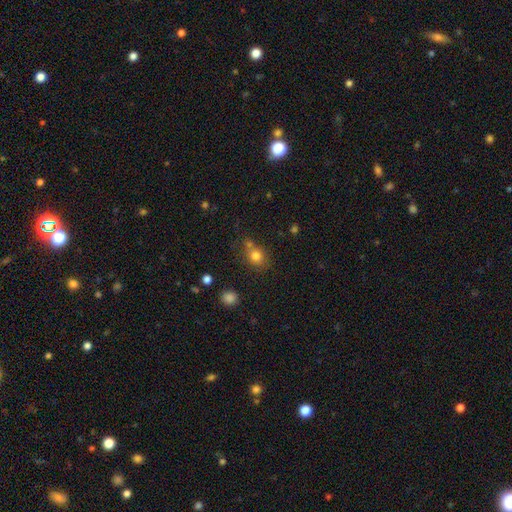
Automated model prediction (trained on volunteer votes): Q: Smooth or featured?
A: smooth (79%); runner-up: star or artifact (13%)
Q: How rounded?
A: round (71%); runner-up: in between (28%)
Q: Merging?
A: none (58%); runner-up: merger (22%)